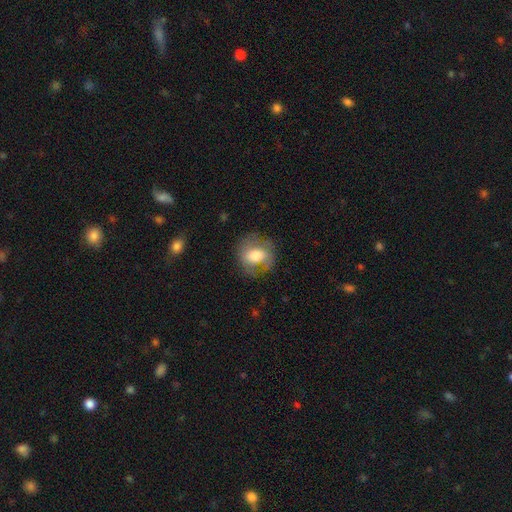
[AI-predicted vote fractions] This is likely a smooth galaxy (63%). How rounded: likely round (66%). Merging: likely none (67%).